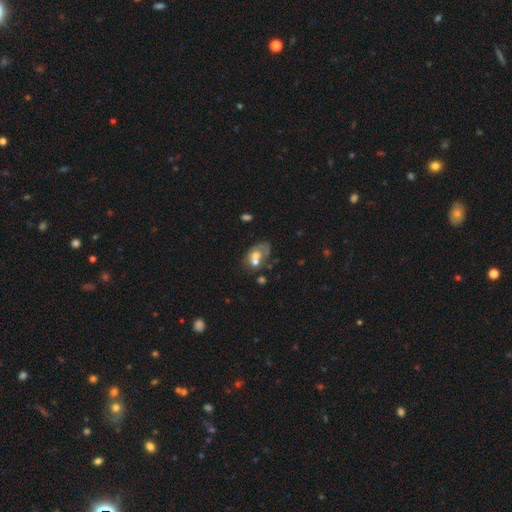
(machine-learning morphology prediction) This appears to be a smooth galaxy with no disk features (45%). Merging: merger (44%).